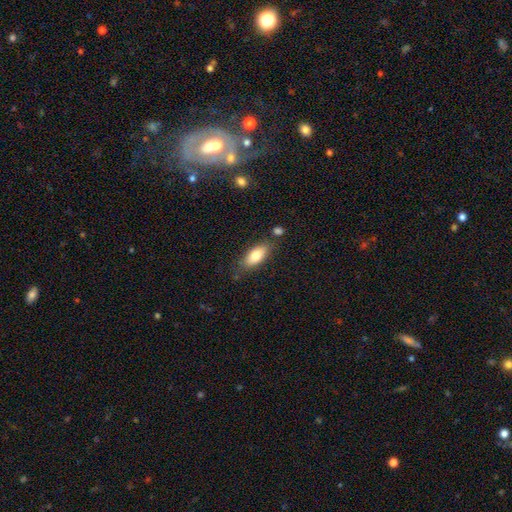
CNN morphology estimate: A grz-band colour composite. It shows a smooth galaxy with no disk features (77%) that is in between round and cigar-shaped (85%). Merging: none (75%).